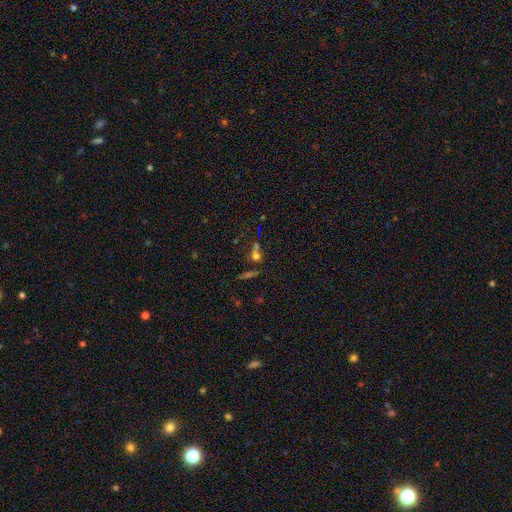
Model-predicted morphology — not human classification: A smooth galaxy with no disk features (51%) that is round (60%).

Vote fractions:
- Smooth or featured? smooth: 51% / star or artifact: 27% / featured or disk: 23%
- How rounded? round: 60% / in between: 28% / cigar-shaped: 12%
- Merging? none: 42% / merger: 40% / minor disturbance: 10% / major disturbance: 8%